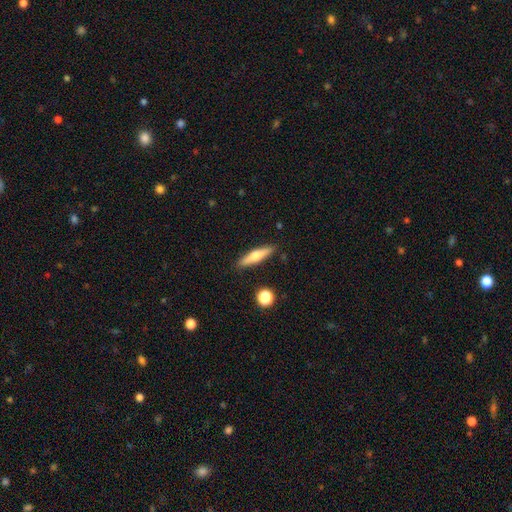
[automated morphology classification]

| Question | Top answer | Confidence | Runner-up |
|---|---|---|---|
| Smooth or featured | smooth | 49% | featured or disk (44%) |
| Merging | none | 88% | minor disturbance (8%) |